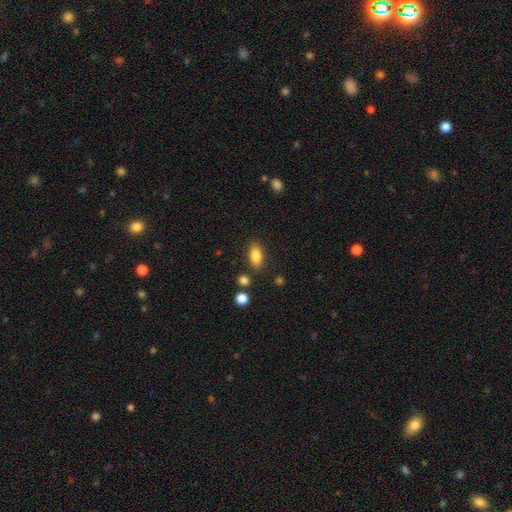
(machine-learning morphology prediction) A smooth galaxy with no disk features (84%) that is in between round and cigar-shaped (86%).

Vote fractions:
- Smooth or featured? smooth: 84% / star or artifact: 8% / featured or disk: 8%
- How rounded? in between: 86% / cigar-shaped: 9% / round: 5%
- Merging? none: 84% / minor disturbance: 10% / merger: 3% / major disturbance: 3%